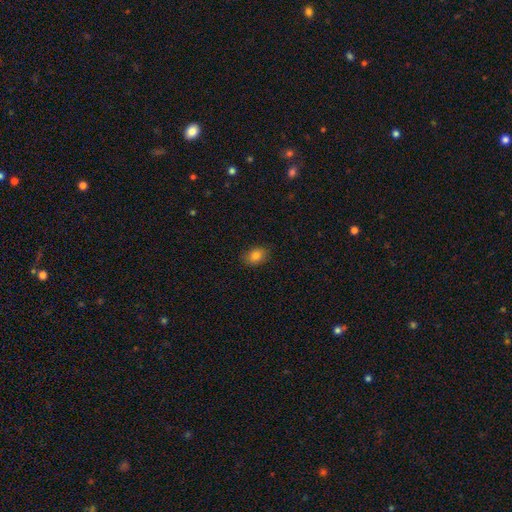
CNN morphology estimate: Smooth or featured?
  - smooth: 83% *
  - star or artifact: 10%
  - featured or disk: 7%
How rounded?
  - in between: 74% *
  - round: 25%
  - cigar-shaped: 1%
Merging?
  - none: 86% *
  - minor disturbance: 11%
  - major disturbance: 2%
  - merger: 1%